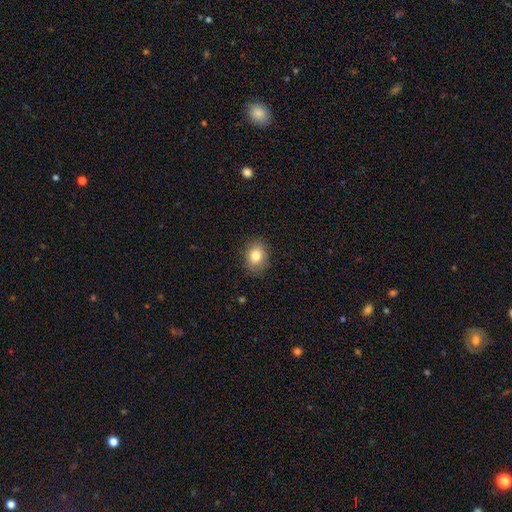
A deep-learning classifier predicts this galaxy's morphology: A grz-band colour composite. It shows a smooth galaxy with no disk features (82%) that is in between round and cigar-shaped (52%). Merging: none (85%).